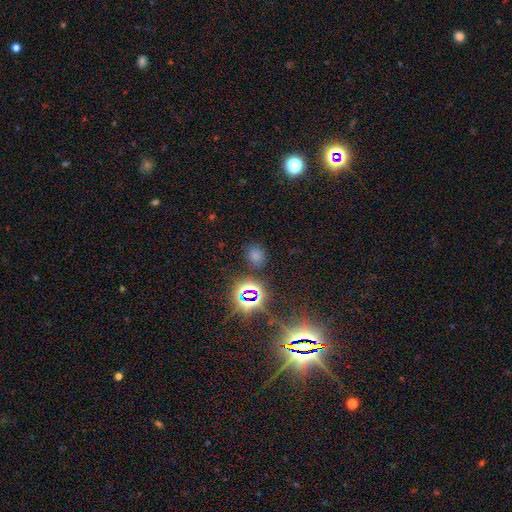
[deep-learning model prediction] Q: Smooth or featured?
A: smooth (61%); runner-up: star or artifact (33%)
Q: How rounded?
A: round (67%); runner-up: in between (32%)
Q: Merging?
A: none (81%); runner-up: minor disturbance (11%)